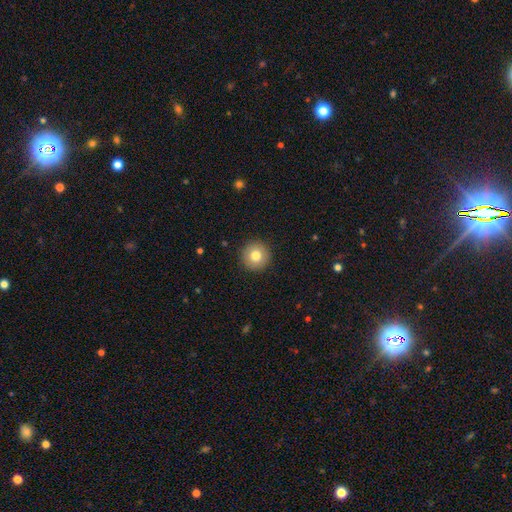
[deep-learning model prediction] Smooth or featured? Predicted: smooth (p=0.79). How rounded? Predicted: round (p=0.96). Merging? Predicted: none (p=0.92).